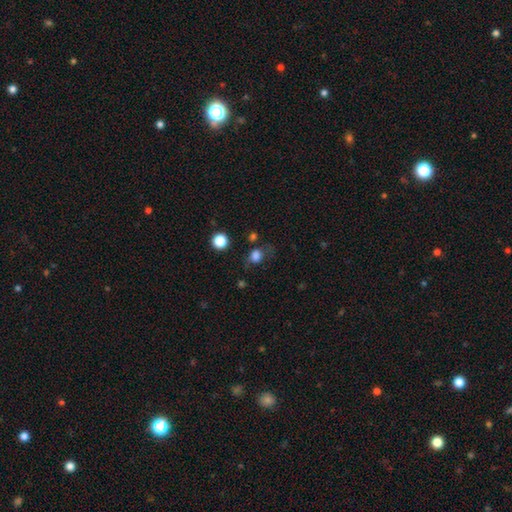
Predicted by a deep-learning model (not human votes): Smooth or featured? smooth (76%)
How rounded? round (61%)
Merging? none (57%)